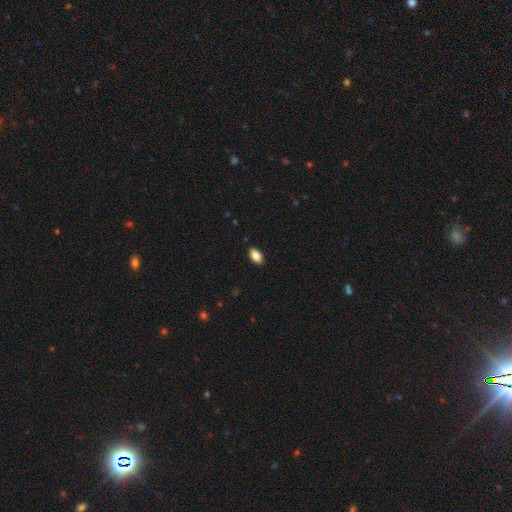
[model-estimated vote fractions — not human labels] Smooth or featured? smooth (86%)
How rounded? in between (93%)
Merging? none (89%)